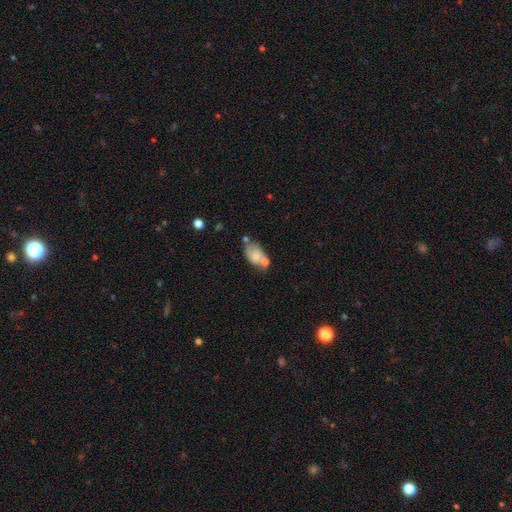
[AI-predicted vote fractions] The model was most divided on "merging": none: 37%, merger: 33%, minor disturbance: 21%, major disturbance: 9%. More confident: how rounded — in between (89%); smooth or featured — smooth (67%).